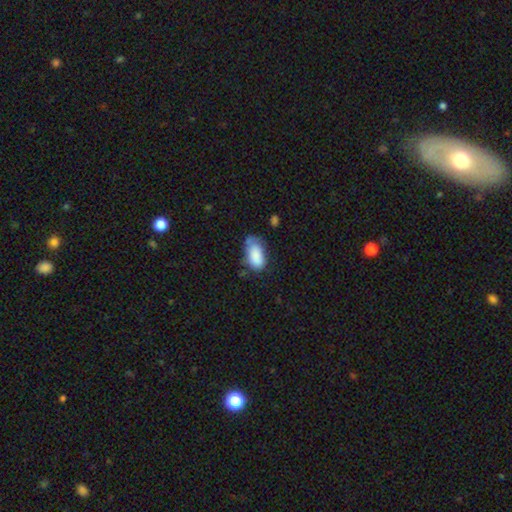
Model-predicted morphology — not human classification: Q: Smooth or featured?
A: smooth (84%); runner-up: featured or disk (9%)
Q: How rounded?
A: in between (93%); runner-up: round (4%)
Q: Merging?
A: none (47%); runner-up: minor disturbance (35%)